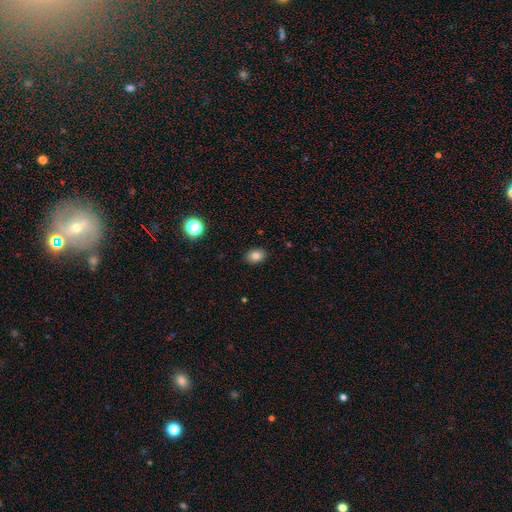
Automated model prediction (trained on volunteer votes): Smooth or featured? smooth (82%)
How rounded? in between (69%)
Merging? none (89%)